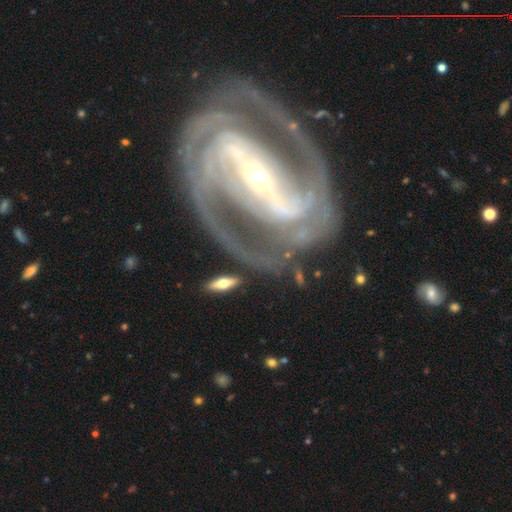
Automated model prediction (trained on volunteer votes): This appears to be a featured or disk galaxy (92%) with a strong bar (79%), 2 (67%) tight (50%) spiral arms (97%) and a small central bulge (76%). Merging: none (69%).